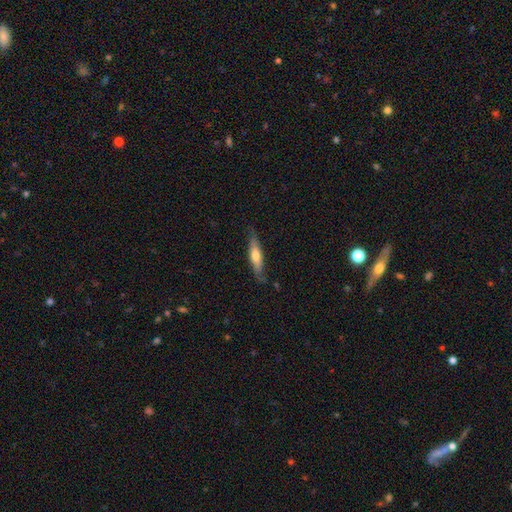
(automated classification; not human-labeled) Smooth or featured? smooth (55%)
How rounded? cigar-shaped (74%)
Merging? none (76%)